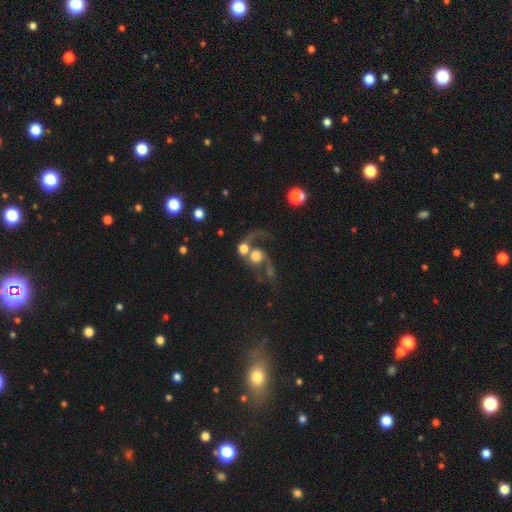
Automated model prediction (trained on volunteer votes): Q: Smooth or featured?
A: featured or disk (57%); runner-up: smooth (31%)
Q: Edge-on disk?
A: no (97%); runner-up: yes (3%)
Q: Bar?
A: no (78%); runner-up: weak (17%)
Q: Spiral arms?
A: yes (78%); runner-up: no (22%)
Q: Bulge size?
A: large (36%); runner-up: moderate (33%)
Q: Merging?
A: merger (47%); runner-up: none (23%)